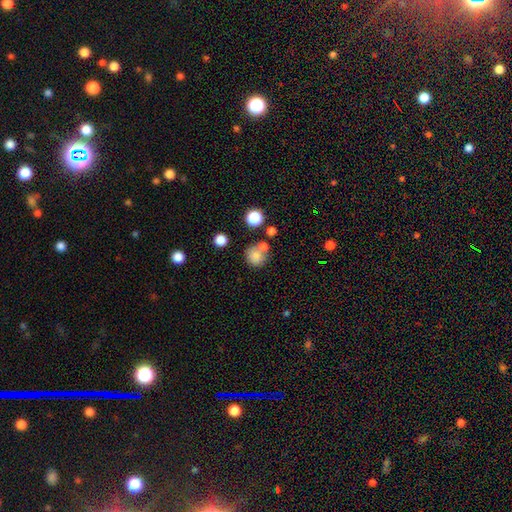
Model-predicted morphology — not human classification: This is likely a smooth galaxy (79%). How rounded: clearly round (87%). Merging: possibly none (59%).